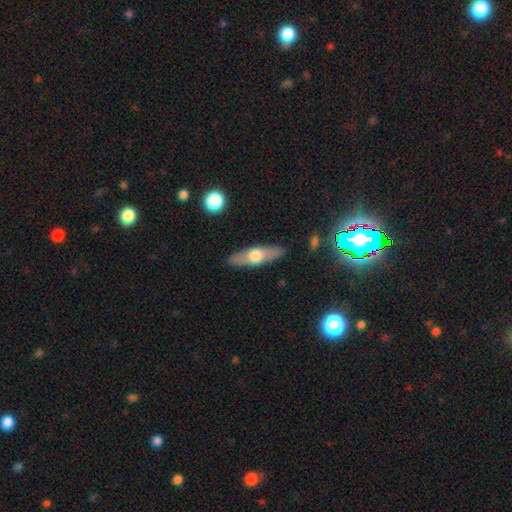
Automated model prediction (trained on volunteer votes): smooth 48%, featured or disk 46%, star or artifact 5%. Down the decision tree: merging — none (88%).